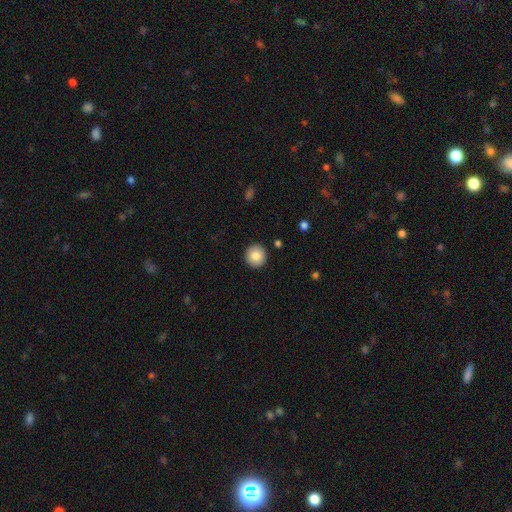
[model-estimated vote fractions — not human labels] smooth-or-featured: smooth: 85% | star or artifact: 8% | featured or disk: 7%
  how-rounded: round: 93% | in between: 6% | cigar-shaped: 1%
  merging: none: 92% | minor disturbance: 5% | major disturbance: 2% | merger: 1%